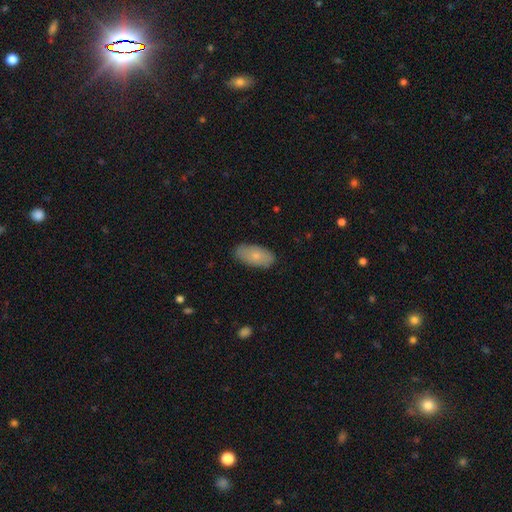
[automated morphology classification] Overall: smooth (75%). How rounded: in between (92%). Merging: none (84%).